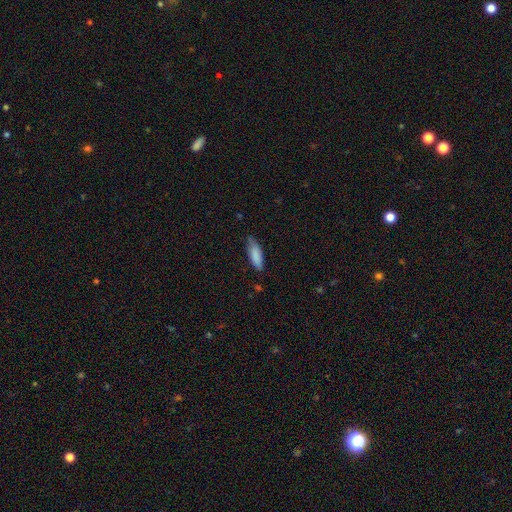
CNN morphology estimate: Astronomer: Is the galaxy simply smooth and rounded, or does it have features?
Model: smooth — 84%.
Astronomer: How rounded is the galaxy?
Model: in between — 58% (runner-up: cigar-shaped, 41%).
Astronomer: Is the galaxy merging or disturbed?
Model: none — 72%.